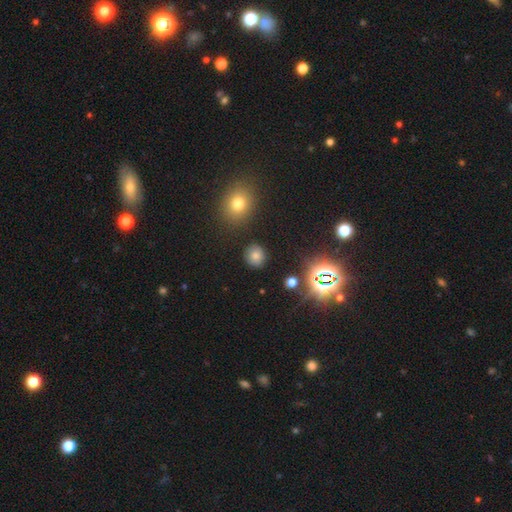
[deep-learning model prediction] Overall: smooth (72%). How rounded: round (85%). Merging: none (87%).